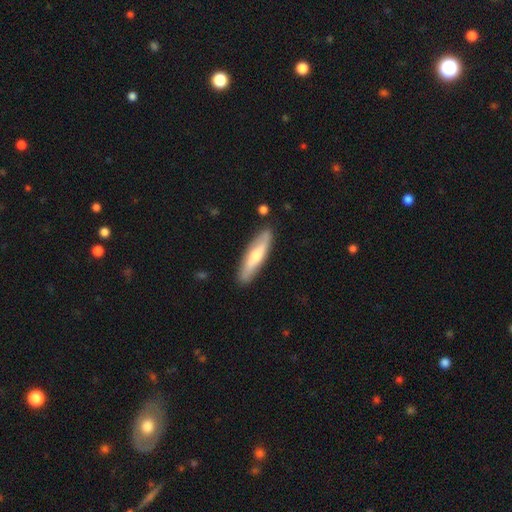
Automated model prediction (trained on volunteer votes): Smooth or featured: smooth — 50% (featured or disk — 44%)
How rounded: cigar-shaped — 73% (in between — 25%)
Merging: none — 87% (minor disturbance — 10%)